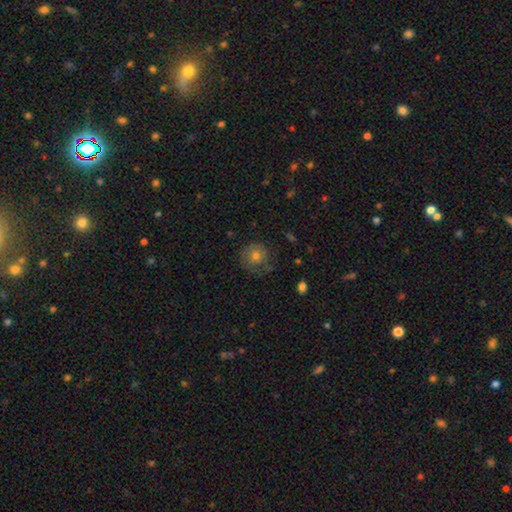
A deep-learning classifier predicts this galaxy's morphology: The model was most divided on "merging": none: 64%, minor disturbance: 23%, major disturbance: 11%, merger: 2%. More confident: how rounded — round (88%); smooth or featured — smooth (67%).